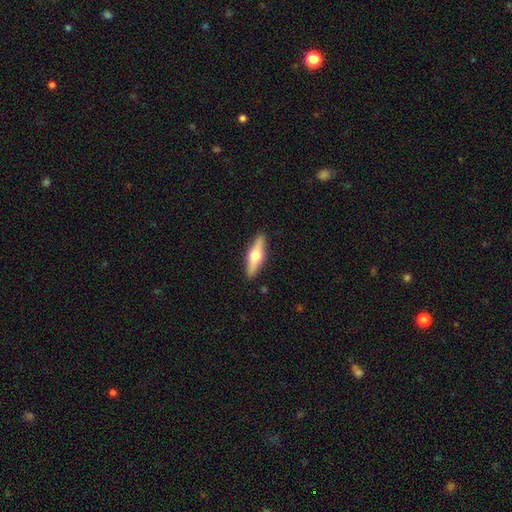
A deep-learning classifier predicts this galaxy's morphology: This is possibly a featured or disk galaxy (55%). It is clearly viewed edge-on (93%). Edge-on bulge: clearly rounded (95%). Merging: clearly none (89%).